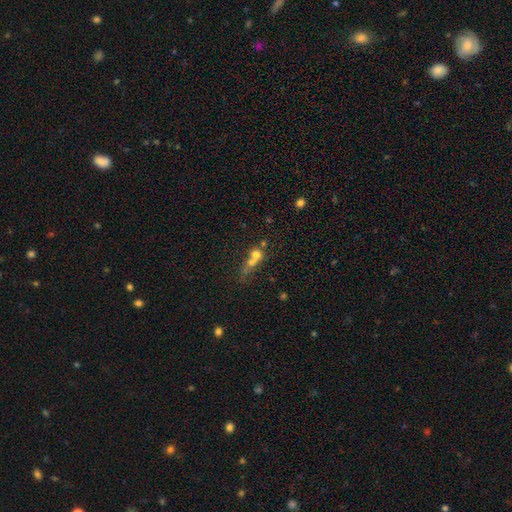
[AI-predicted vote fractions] A smooth galaxy with no disk features (56%) that is round (66%). Merging: merger (58%).